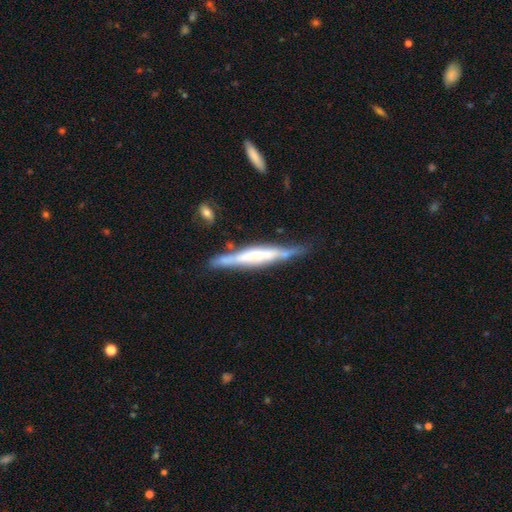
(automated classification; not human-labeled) featured or disk 67%, smooth 27%, star or artifact 6%. Down the decision tree: edge-on disk — yes (91%); edge-on bulge — boxy (36%); merging — none (71%).